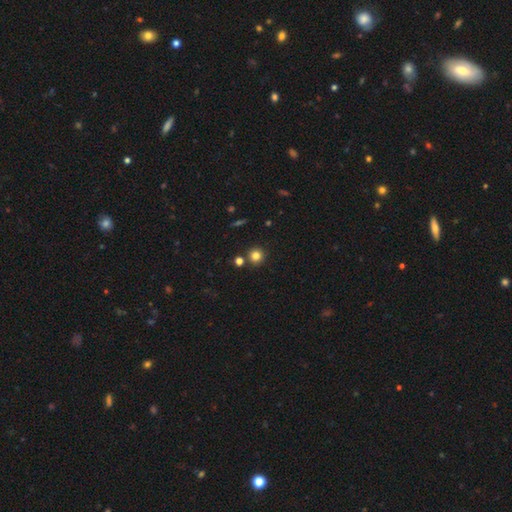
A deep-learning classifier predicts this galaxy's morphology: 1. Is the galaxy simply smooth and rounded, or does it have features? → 80% smooth, 14% star or artifact, 6% featured or disk.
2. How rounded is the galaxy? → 94% round, 5% in between, 1% cigar-shaped.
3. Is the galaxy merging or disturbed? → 85% none, 7% merger, 6% minor disturbance, 2% major disturbance.